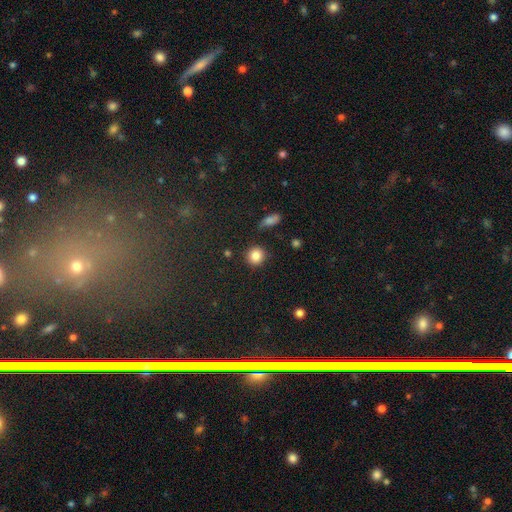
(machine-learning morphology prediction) smooth_or_featured: smooth (p=0.85) [alt: star or artifact p=0.09]
how_rounded: round (p=0.91) [alt: in between p=0.08]
merging: none (p=0.87) [alt: minor disturbance p=0.08]